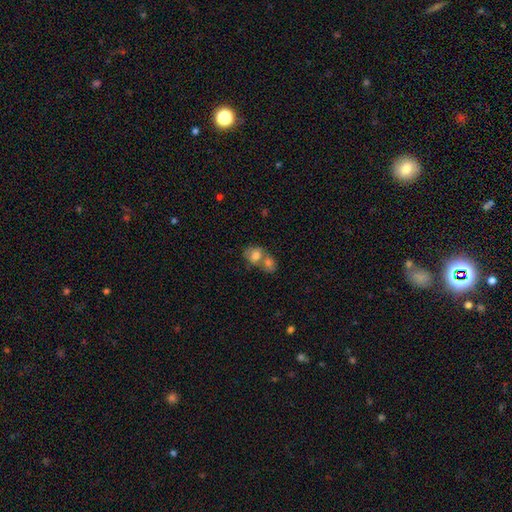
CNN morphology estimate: type=smooth (74%); roundness=in between (56%); merging=merger (69%).